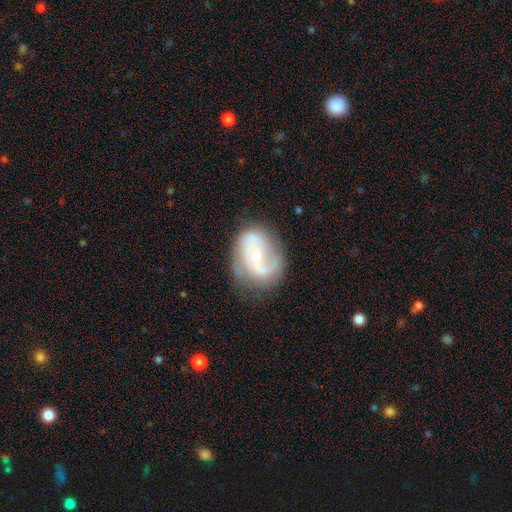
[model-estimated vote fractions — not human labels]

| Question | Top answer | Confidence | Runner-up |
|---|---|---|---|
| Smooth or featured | featured or disk | 77% | smooth (17%) |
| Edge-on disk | no | 97% | yes (3%) |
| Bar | no | 55% | weak (33%) |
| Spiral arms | yes | 89% | no (11%) |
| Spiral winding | medium | 44% | loose (30%) |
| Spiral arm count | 2 | 70% | can't tell (13%) |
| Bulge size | small | 64% | moderate (32%) |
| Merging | none | 65% | minor disturbance (22%) |